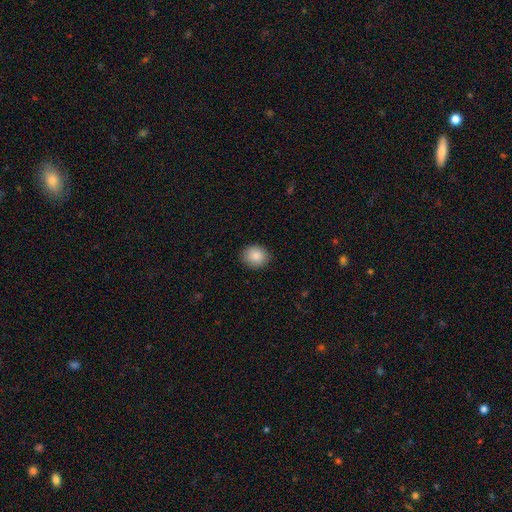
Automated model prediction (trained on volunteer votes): smooth 87%, star or artifact 8%, featured or disk 5%. Down the decision tree: how rounded — round (71%); merging — none (88%).